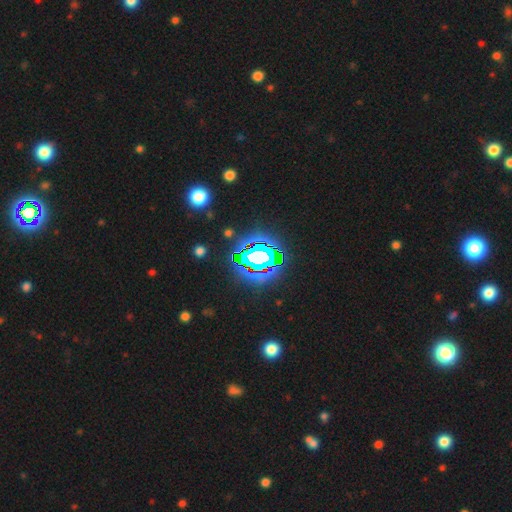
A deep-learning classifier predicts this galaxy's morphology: A star or artifact, not a galaxy (83%).

Vote fractions:
- Smooth or featured? star or artifact: 83% / smooth: 10% / featured or disk: 7%